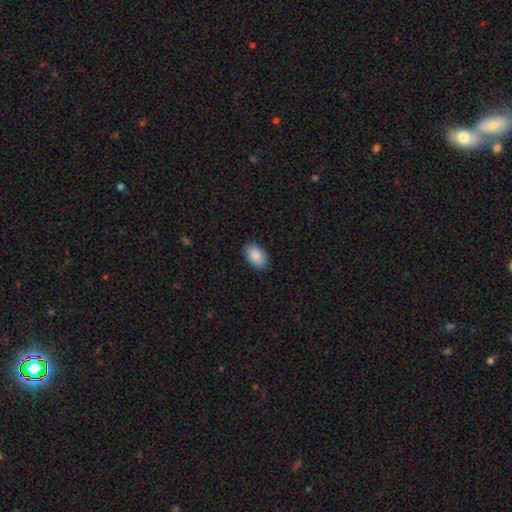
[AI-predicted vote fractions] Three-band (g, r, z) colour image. It shows a smooth galaxy with no disk features (90%) that is in between round and cigar-shaped (91%). Merging: none (88%).